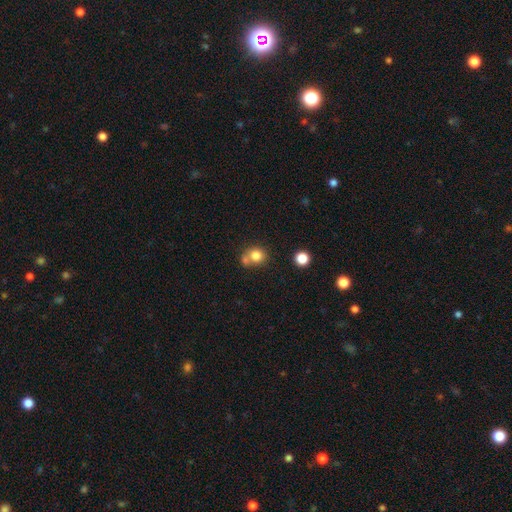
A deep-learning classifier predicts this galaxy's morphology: smooth 79%, star or artifact 11%, featured or disk 10%. Down the decision tree: how rounded — round (77%); merging — none (48%).